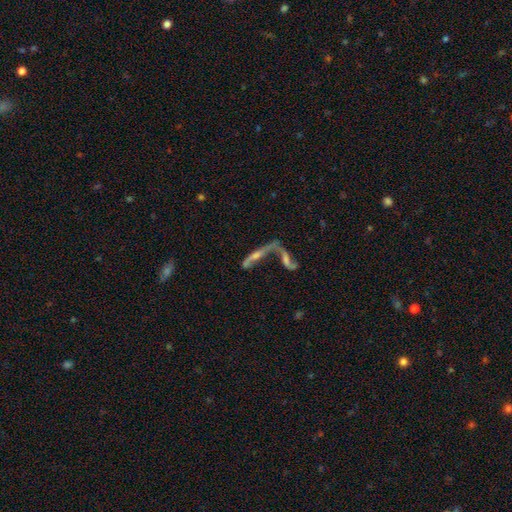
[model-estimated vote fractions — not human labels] Smooth or featured? featured or disk (62%)
Edge-on disk? no (51%)
Merging? merger (59%)